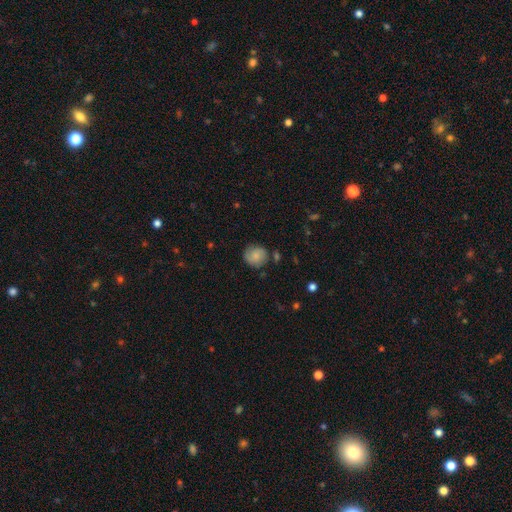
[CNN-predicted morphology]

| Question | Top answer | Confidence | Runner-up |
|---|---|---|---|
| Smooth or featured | smooth | 68% | featured or disk (23%) |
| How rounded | round | 84% | in between (15%) |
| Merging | none | 73% | minor disturbance (18%) |